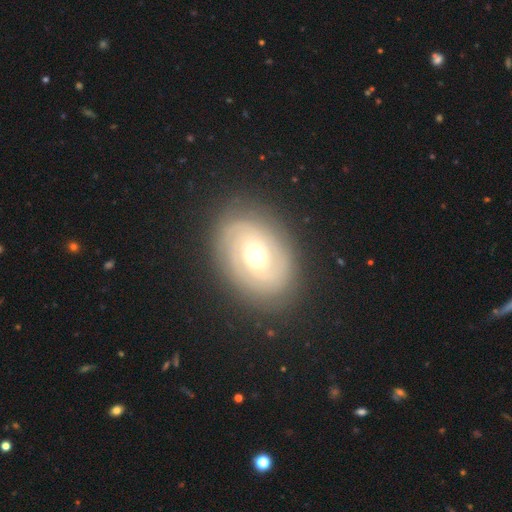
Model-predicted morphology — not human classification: type=featured or disk (75%); edge-on=no (96%); bar=no (70%); spiral arms=yes (87%); winding=tight (71%); arm count=2 (45%); bulge=moderate (71%); merging=none (84%).